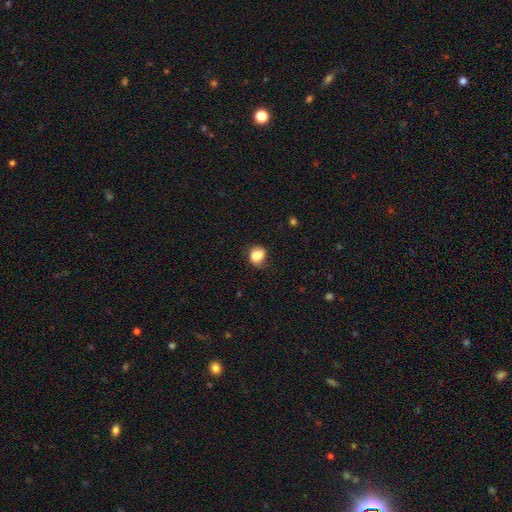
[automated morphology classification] Smooth or featured?
  - smooth: 84% *
  - star or artifact: 9%
  - featured or disk: 7%
How rounded?
  - round: 60% *
  - in between: 39%
  - cigar-shaped: 1%
Merging?
  - none: 61% *
  - minor disturbance: 28%
  - major disturbance: 8%
  - merger: 3%